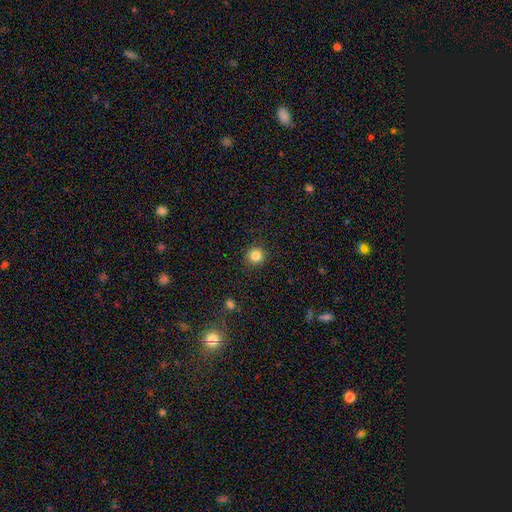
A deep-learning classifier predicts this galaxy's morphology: The model was most divided on "smooth or featured": smooth: 84%, star or artifact: 11%, featured or disk: 5%. More confident: how rounded — round (94%); merging — none (91%).